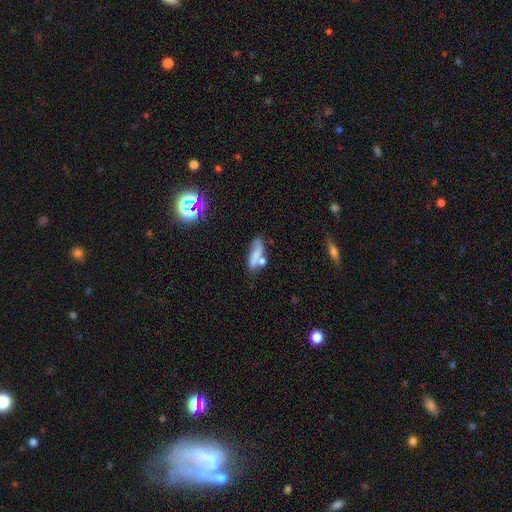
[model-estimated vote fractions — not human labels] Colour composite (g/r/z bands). It shows a smooth galaxy with no disk features (64%) that is in between round and cigar-shaped (59%). Merging: none (43%).